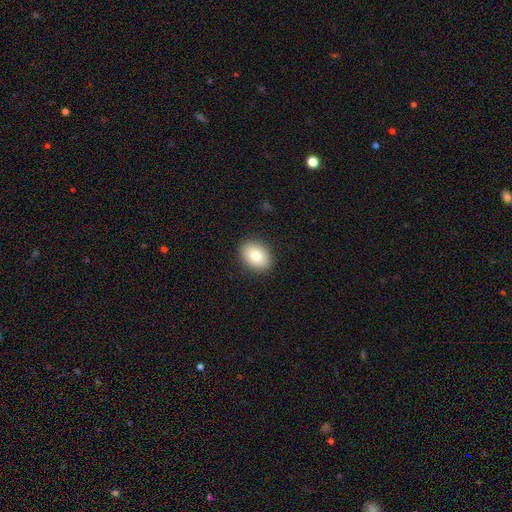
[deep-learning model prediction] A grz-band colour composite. It shows a smooth galaxy with no disk features (82%) that is in between round and cigar-shaped (69%). Merging: none (90%).